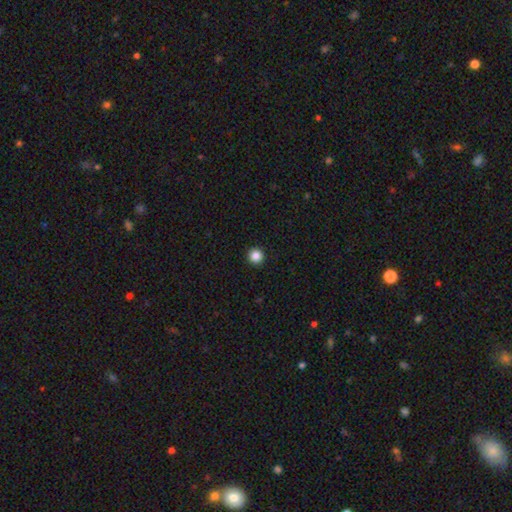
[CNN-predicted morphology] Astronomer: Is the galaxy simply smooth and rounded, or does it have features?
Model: smooth — 86%.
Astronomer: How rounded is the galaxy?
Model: round — 96%.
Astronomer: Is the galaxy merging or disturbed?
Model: none — 94%.